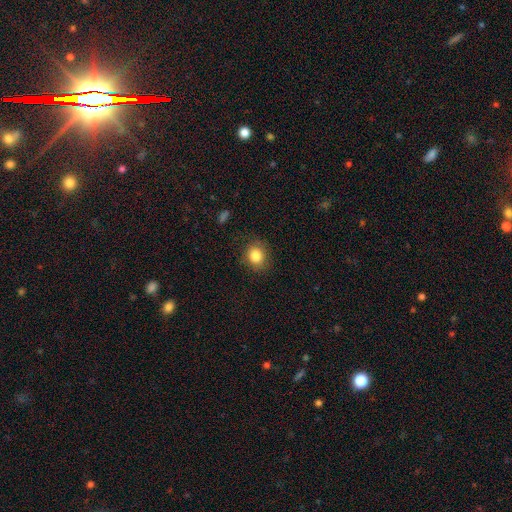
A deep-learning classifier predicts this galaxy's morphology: type=smooth (84%); roundness=round (75%); merging=none (84%).